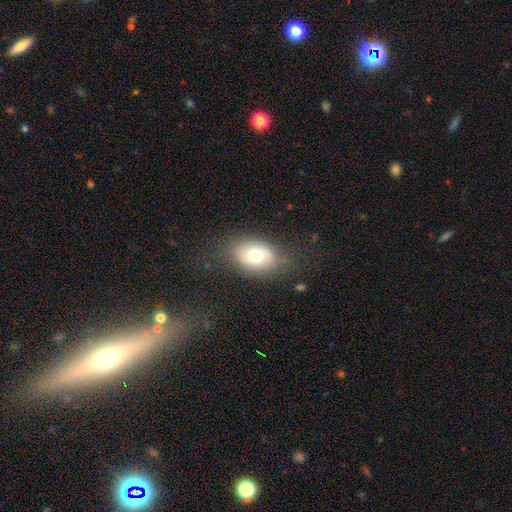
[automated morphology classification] This is likely a smooth galaxy (69%). How rounded: clearly in between (81%). Merging: likely none (76%).